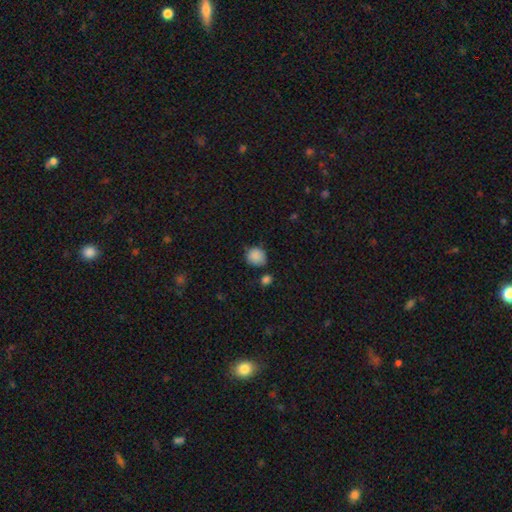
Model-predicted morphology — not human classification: The model was most divided on "merging": none: 71%, minor disturbance: 19%, merger: 6%, major disturbance: 4%. More confident: smooth or featured — smooth (87%); how rounded — round (82%).